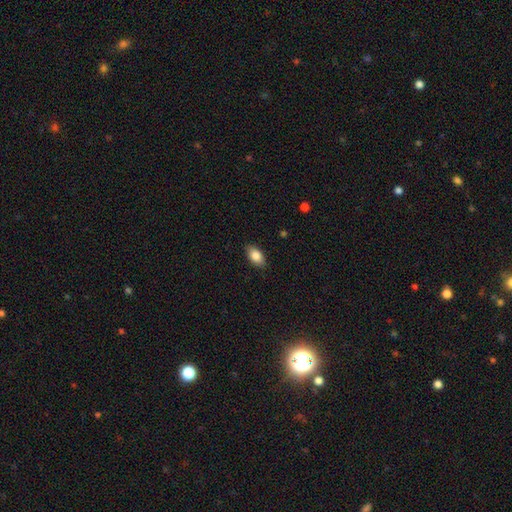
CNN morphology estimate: The model was most divided on "smooth or featured": smooth: 85%, featured or disk: 8%, star or artifact: 7%. More confident: how rounded — in between (91%); merging — none (87%).